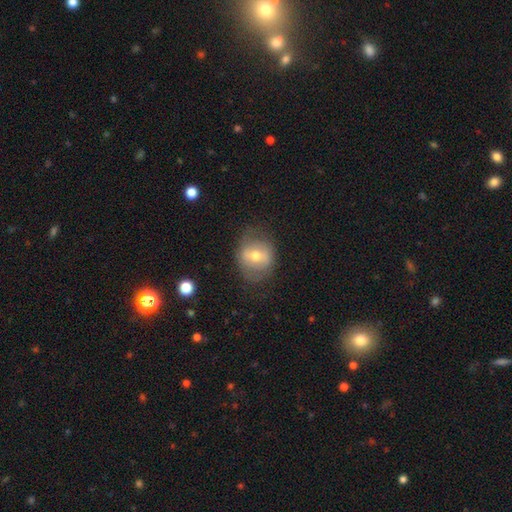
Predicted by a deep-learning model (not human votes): A smooth galaxy with no disk features (50%) that is round (70%). Merging: none (69%).